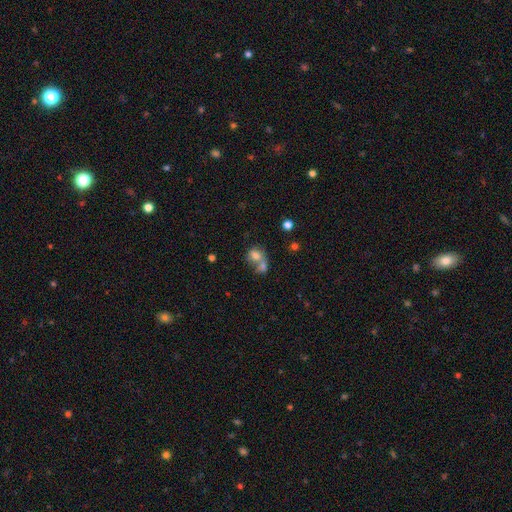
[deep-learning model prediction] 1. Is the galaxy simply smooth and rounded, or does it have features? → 73% smooth, 16% featured or disk, 11% star or artifact.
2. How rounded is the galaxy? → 54% round, 45% in between, 1% cigar-shaped.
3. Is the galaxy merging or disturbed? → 63% merger, 23% none, 8% minor disturbance, 6% major disturbance.